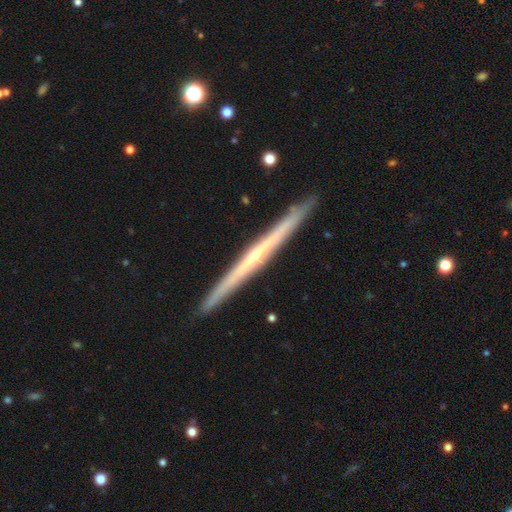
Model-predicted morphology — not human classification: Overall: featured or disk (80%). Edge-on disk: yes (98%). Edge-on bulge: rounded (51%; none 46%). Merging: none (92%).